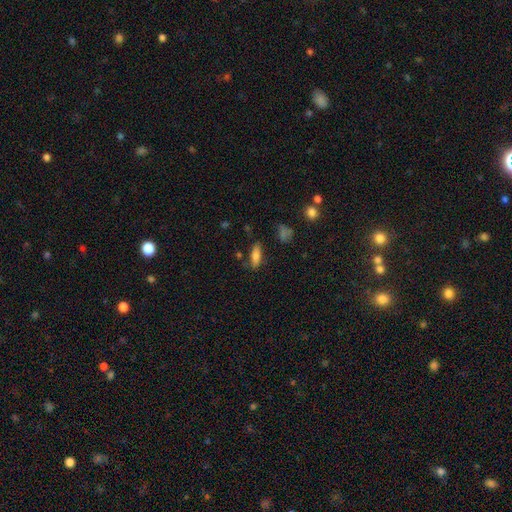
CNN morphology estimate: smooth-or-featured: smooth: 78% | featured or disk: 14% | star or artifact: 9%
  how-rounded: in between: 65% | cigar-shaped: 33% | round: 3%
  merging: none: 76% | minor disturbance: 16% | major disturbance: 4% | merger: 4%